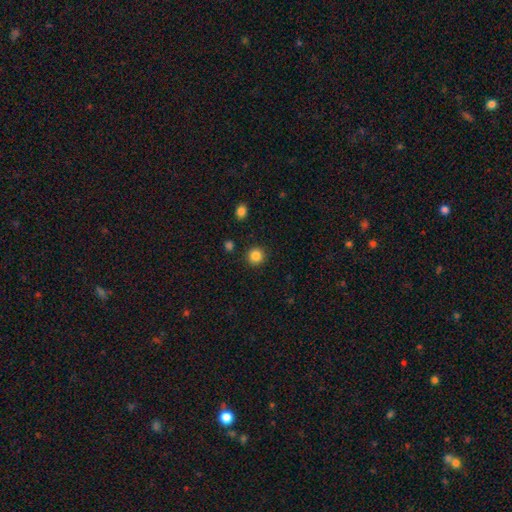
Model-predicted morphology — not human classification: Q: Smooth or featured?
A: smooth (85%); runner-up: star or artifact (10%)
Q: How rounded?
A: round (93%); runner-up: in between (6%)
Q: Merging?
A: none (91%); runner-up: minor disturbance (5%)